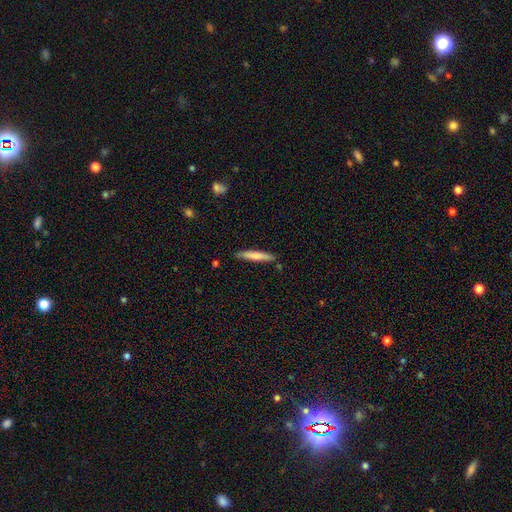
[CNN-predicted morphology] Smooth or featured?
  - smooth: 75% *
  - featured or disk: 20%
  - star or artifact: 5%
How rounded?
  - cigar-shaped: 92% *
  - in between: 7%
  - round: 1%
Merging?
  - none: 86% *
  - minor disturbance: 10%
  - merger: 2%
  - major disturbance: 2%